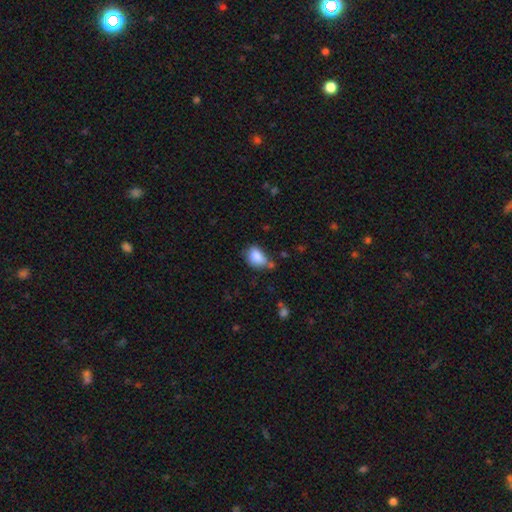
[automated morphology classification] This appears to be a smooth galaxy with no disk features (86%) that is in between round and cigar-shaped (81%). Merging: none (55%).